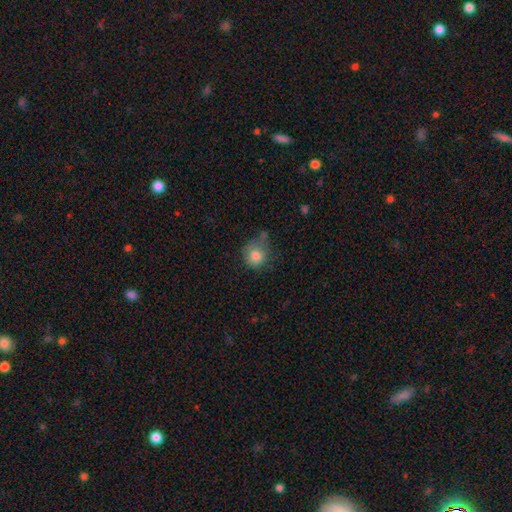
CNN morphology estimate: smooth 81%, star or artifact 9%, featured or disk 9%. Down the decision tree: how rounded — round (84%); merging — none (49%).